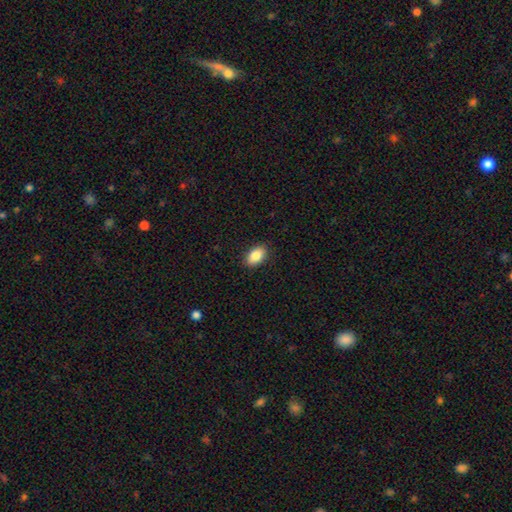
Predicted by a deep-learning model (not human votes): Smooth or featured: smooth — 86% (star or artifact — 7%)
How rounded: in between — 91% (round — 7%)
Merging: none — 89% (minor disturbance — 8%)